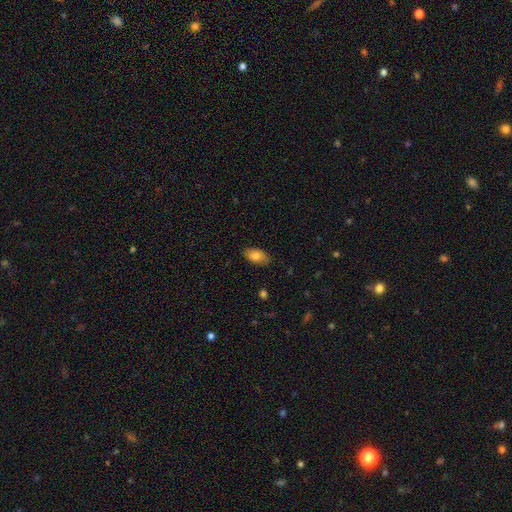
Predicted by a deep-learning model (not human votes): smooth 82%, featured or disk 11%, star or artifact 7%. Down the decision tree: how rounded — in between (92%); merging — none (84%).